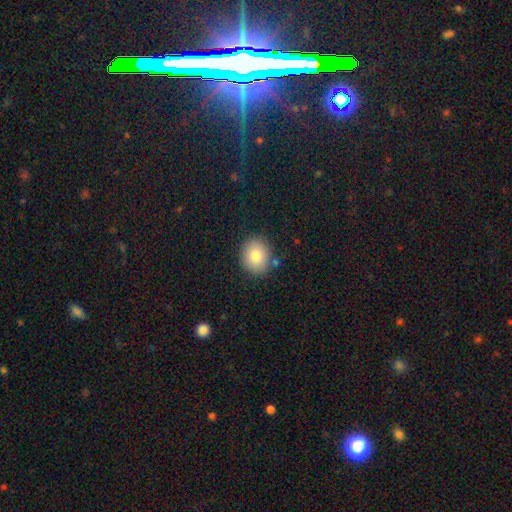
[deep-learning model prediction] This is clearly a smooth galaxy (82%). How rounded: likely round (63%). Merging: clearly none (84%).